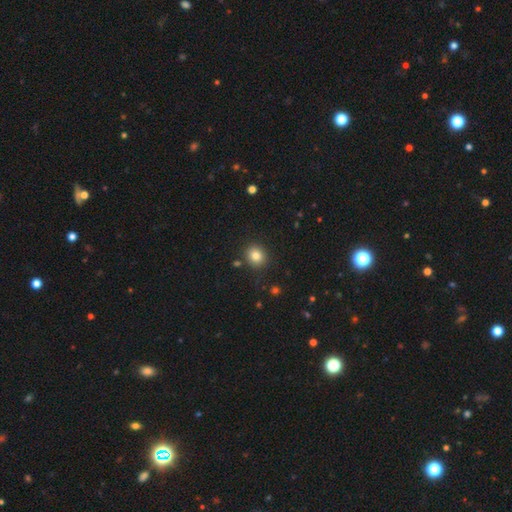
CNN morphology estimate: Smooth or featured? Predicted: smooth (p=0.82). How rounded? Predicted: round (p=0.80). Merging? Predicted: none (p=0.87).